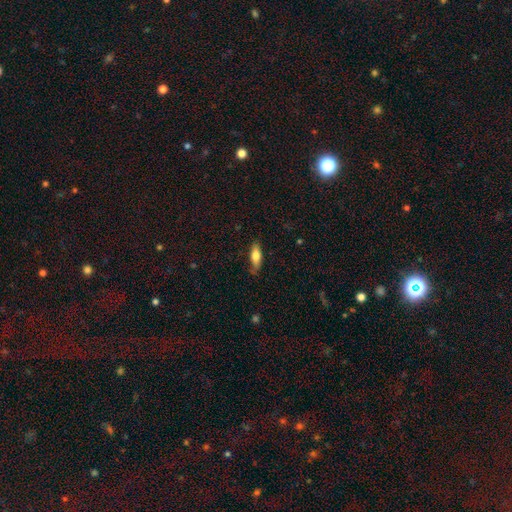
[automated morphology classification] A smooth galaxy with no disk features (71%) that is in between round and cigar-shaped (60%). Merging: none (76%).